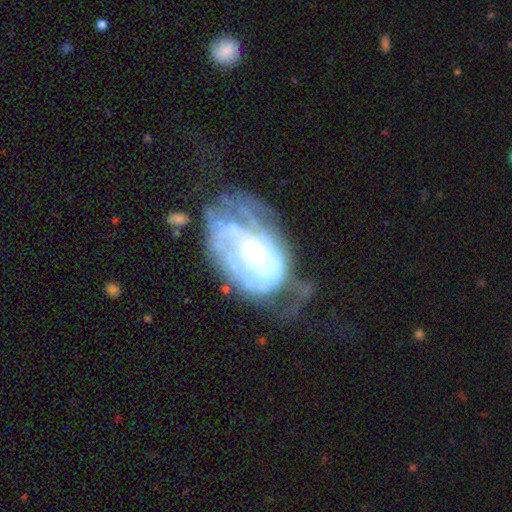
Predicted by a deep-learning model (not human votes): smooth_or_featured: featured or disk (p=0.80) [alt: smooth p=0.13]
disk_edge_on: no (p=0.97) [alt: yes p=0.03]
bar: no (p=0.65) [alt: weak p=0.27]
has_spiral_arms: yes (p=0.69) [alt: no p=0.31]
spiral_winding: tight (p=0.52) [alt: medium p=0.32]
spiral_arm_count: can't tell (p=0.53) [alt: 2 p=0.23]
bulge_size: moderate (p=0.45) [alt: small p=0.44]
merging: major disturbance (p=0.36) [alt: none p=0.30]